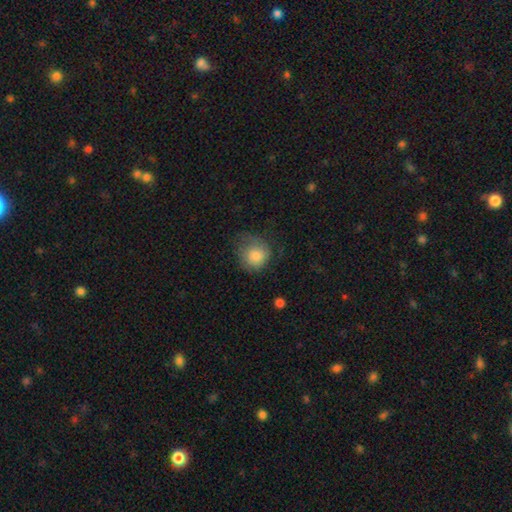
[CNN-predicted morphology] smooth 78%, featured or disk 14%, star or artifact 8%. Down the decision tree: how rounded — round (83%); merging — none (53%).